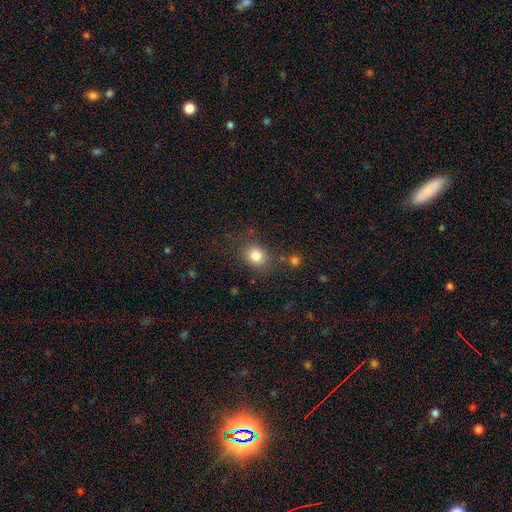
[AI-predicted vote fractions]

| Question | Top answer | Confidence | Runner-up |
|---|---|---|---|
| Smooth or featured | smooth | 82% | star or artifact (11%) |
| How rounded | round | 62% | in between (37%) |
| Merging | none | 78% | minor disturbance (14%) |